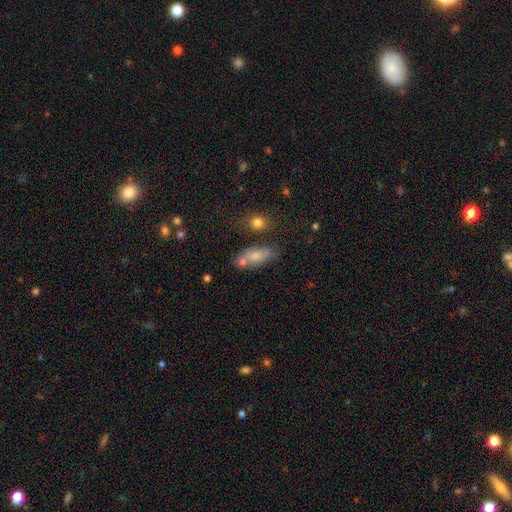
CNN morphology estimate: smooth_or_featured: smooth (p=0.71) [alt: featured or disk p=0.19]
how_rounded: in between (p=0.79) [alt: cigar-shaped p=0.15]
merging: none (p=0.58) [alt: merger p=0.19]